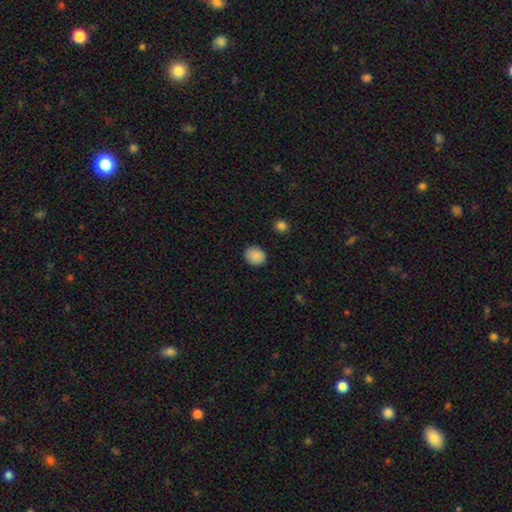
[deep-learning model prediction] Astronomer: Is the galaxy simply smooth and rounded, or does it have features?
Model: smooth — 88%.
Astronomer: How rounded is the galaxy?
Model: round — 70%.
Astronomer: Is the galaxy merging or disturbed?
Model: none — 87%.